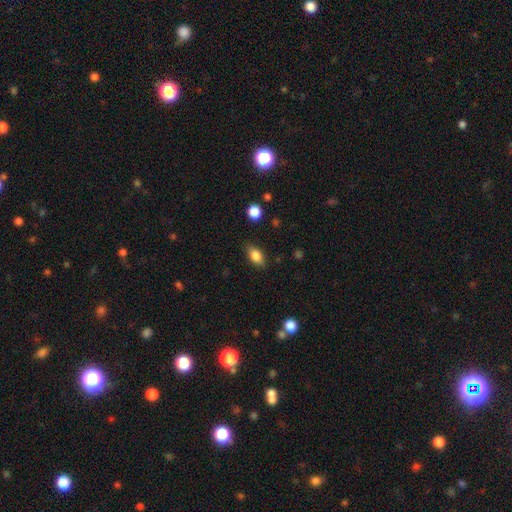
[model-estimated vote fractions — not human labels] Smooth or featured?
  - smooth: 80% *
  - featured or disk: 11%
  - star or artifact: 8%
How rounded?
  - in between: 84% *
  - round: 9%
  - cigar-shaped: 7%
Merging?
  - none: 84% *
  - minor disturbance: 12%
  - major disturbance: 3%
  - merger: 1%